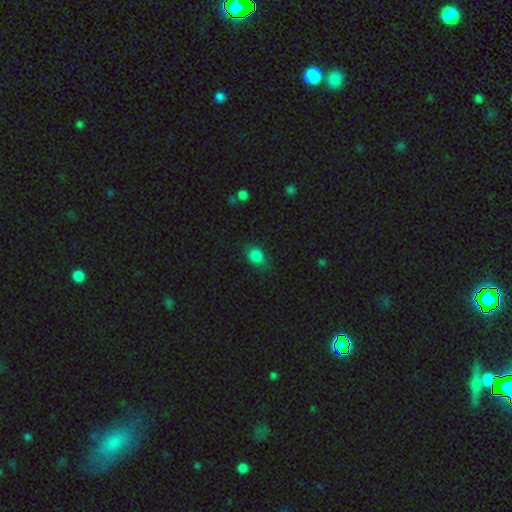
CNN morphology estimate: Smooth or featured? smooth (84%)
How rounded? round (50%)
Merging? none (75%)